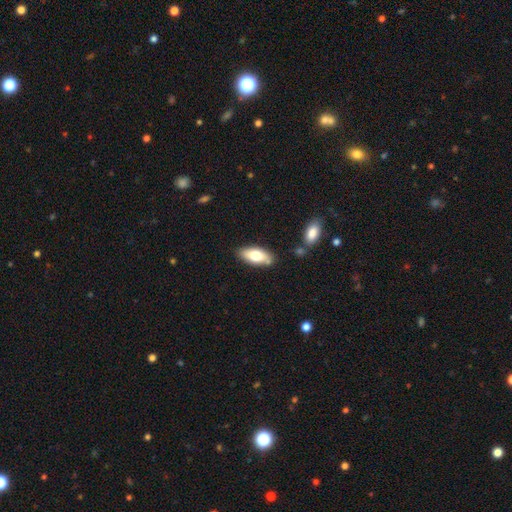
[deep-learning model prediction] Q: Smooth or featured?
A: smooth (74%); runner-up: featured or disk (20%)
Q: How rounded?
A: in between (86%); runner-up: cigar-shaped (12%)
Q: Merging?
A: none (78%); runner-up: minor disturbance (15%)